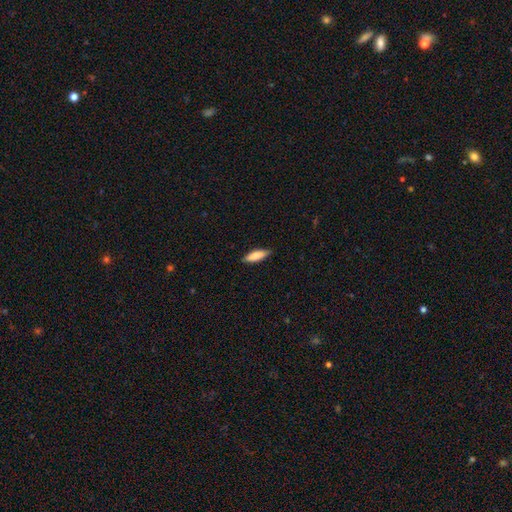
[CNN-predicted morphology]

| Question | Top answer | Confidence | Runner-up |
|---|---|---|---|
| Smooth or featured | smooth | 82% | featured or disk (12%) |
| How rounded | cigar-shaped | 51% | in between (47%) |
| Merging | none | 86% | minor disturbance (11%) |